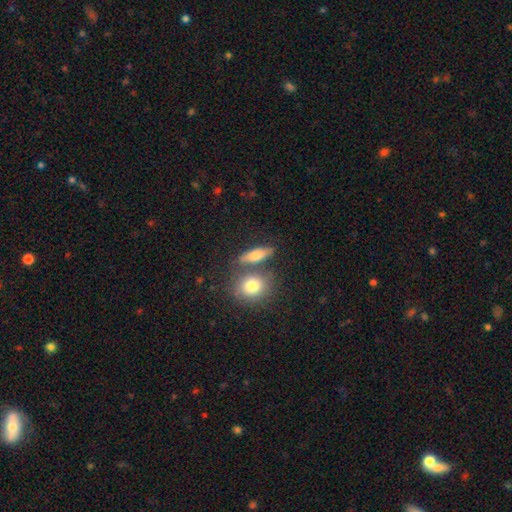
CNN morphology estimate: Smooth or featured? smooth (66%)
How rounded? in between (47%)
Merging? none (63%)